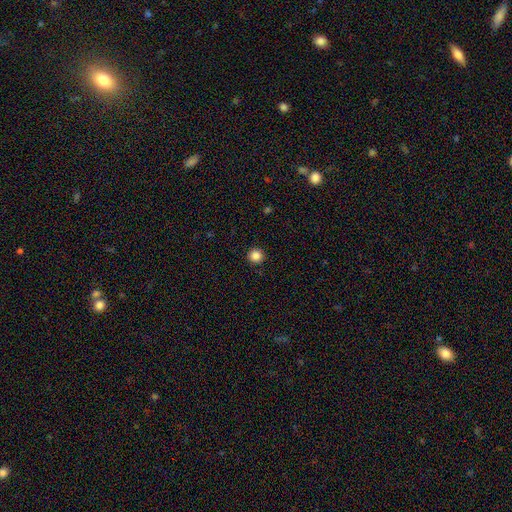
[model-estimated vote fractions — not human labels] smooth 85%, star or artifact 11%, featured or disk 4%. Down the decision tree: how rounded — round (96%); merging — none (93%).